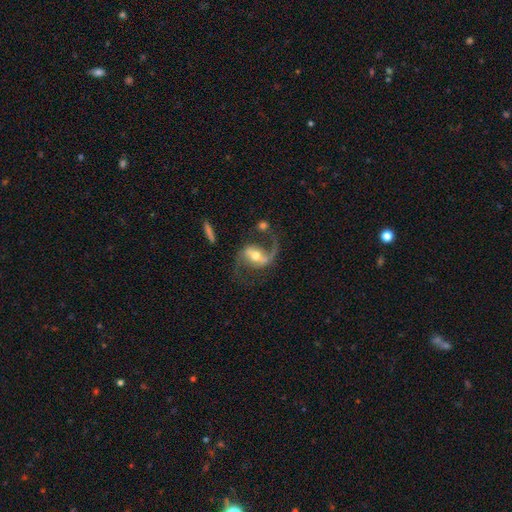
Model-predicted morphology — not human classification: The model was most divided on "bar": strong: 39%, weak: 37%, no: 23%. More confident: edge-on disk — no (97%); spiral arms — yes (96%); spiral arm count — 2 (88%); smooth or featured — featured or disk (88%); bulge size — moderate (67%); spiral winding — loose (66%); merging — none (66%).